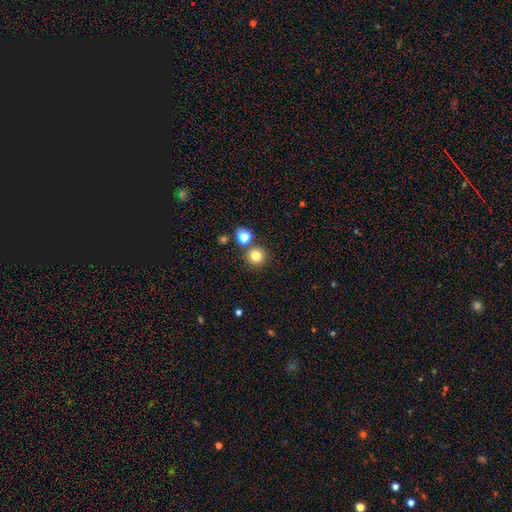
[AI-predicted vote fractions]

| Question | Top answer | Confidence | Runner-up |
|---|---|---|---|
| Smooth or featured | smooth | 80% | star or artifact (14%) |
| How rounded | round | 94% | in between (5%) |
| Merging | none | 80% | merger (11%) |